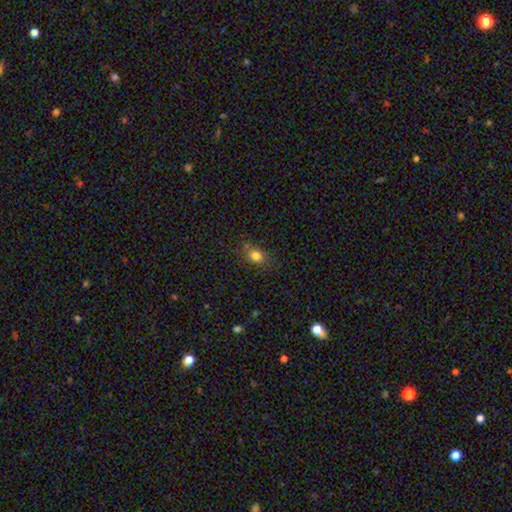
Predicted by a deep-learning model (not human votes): A smooth galaxy with no disk features (80%) that is round (50%).

Vote fractions:
- Smooth or featured? smooth: 80% / star or artifact: 13% / featured or disk: 7%
- How rounded? round: 50% / in between: 48% / cigar-shaped: 2%
- Merging? none: 70% / minor disturbance: 17% / merger: 8% / major disturbance: 5%